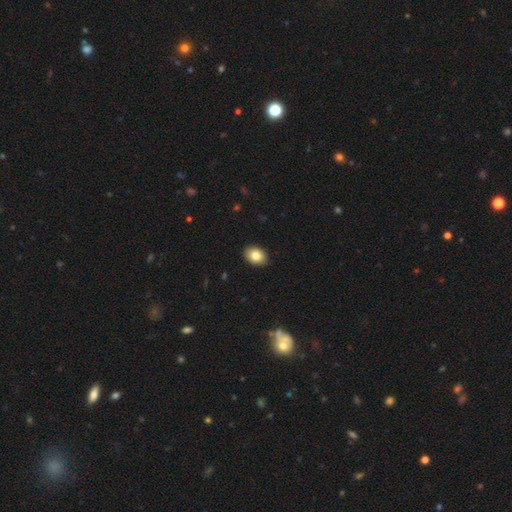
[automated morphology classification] Smooth or featured? Predicted: smooth (p=0.85). How rounded? Predicted: in between (p=0.75). Merging? Predicted: none (p=0.90).